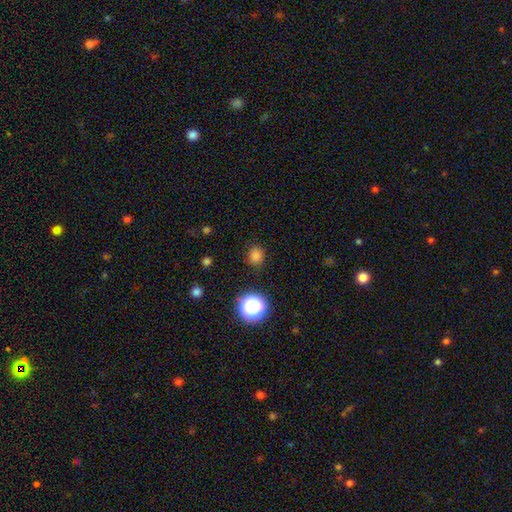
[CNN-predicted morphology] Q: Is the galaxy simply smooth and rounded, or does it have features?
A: smooth — 78%.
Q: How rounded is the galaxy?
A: round — 81%.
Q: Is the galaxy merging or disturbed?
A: none — 84%.